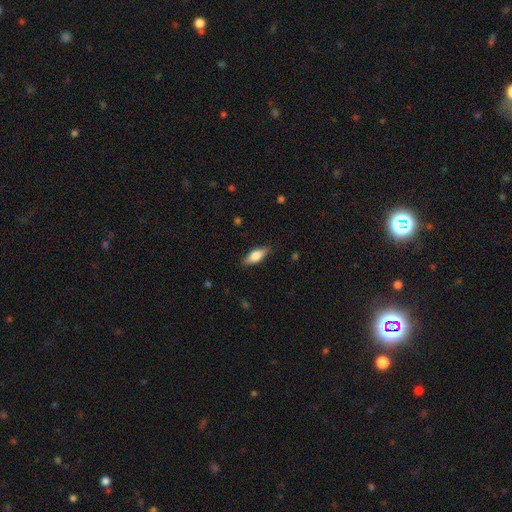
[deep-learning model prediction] Smooth or featured?
  - smooth: 70% *
  - featured or disk: 23%
  - star or artifact: 6%
How rounded?
  - in between: 72% *
  - cigar-shaped: 26%
  - round: 3%
Merging?
  - none: 86% *
  - minor disturbance: 11%
  - major disturbance: 2%
  - merger: 1%